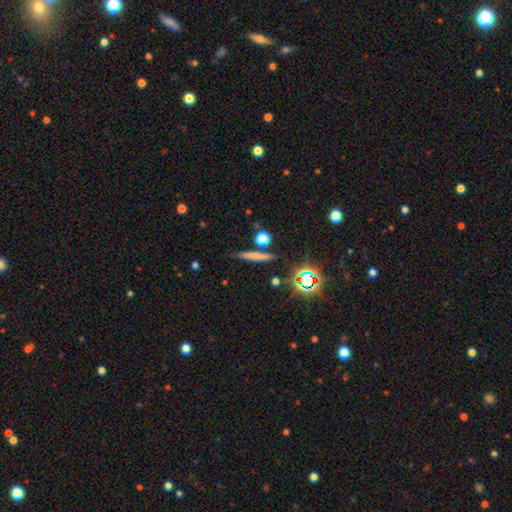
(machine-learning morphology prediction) This appears to be a smooth galaxy with no disk features (63%) that is cigar-shaped (87%). Merging: none (81%).